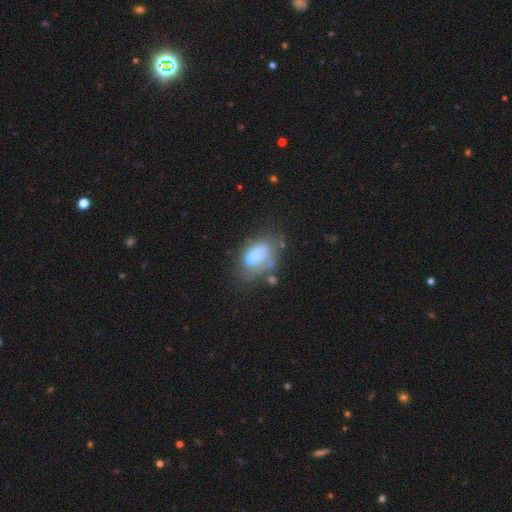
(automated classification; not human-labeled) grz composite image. It shows a smooth galaxy with no disk features (54%) that is in between round and cigar-shaped (85%). Merging: none (33%).